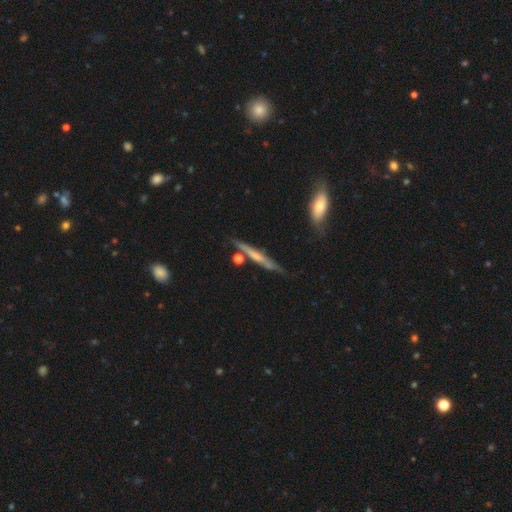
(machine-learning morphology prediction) Smooth or featured? Predicted: featured or disk (p=0.58). Edge-on disk? Predicted: yes (p=0.92). Edge-on bulge? Predicted: none (p=0.46). Merging? Predicted: none (p=0.74).